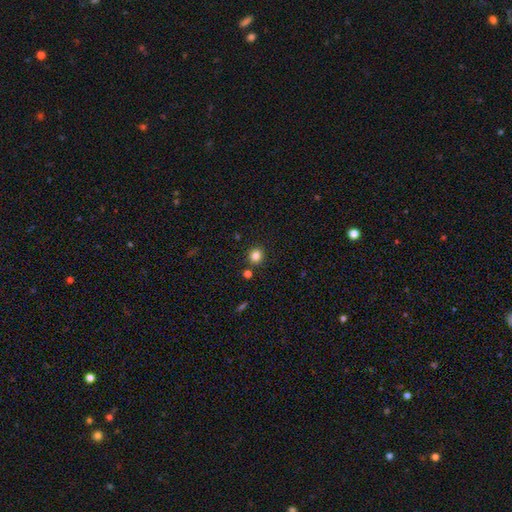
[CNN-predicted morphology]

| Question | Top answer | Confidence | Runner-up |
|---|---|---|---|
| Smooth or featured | smooth | 83% | star or artifact (12%) |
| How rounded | round | 87% | in between (12%) |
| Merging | none | 86% | minor disturbance (7%) |